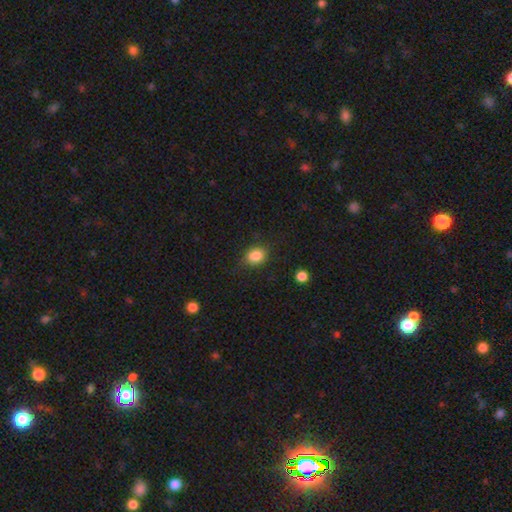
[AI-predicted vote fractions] smooth 84%, star or artifact 10%, featured or disk 5%. Down the decision tree: how rounded — in between (53%); merging — none (75%).